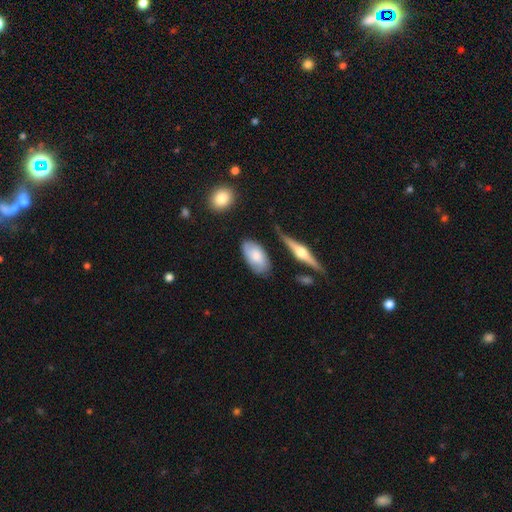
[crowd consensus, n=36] This is likely a smooth galaxy (72%). How rounded: clearly in between (92%). Merging: likely none (70%).